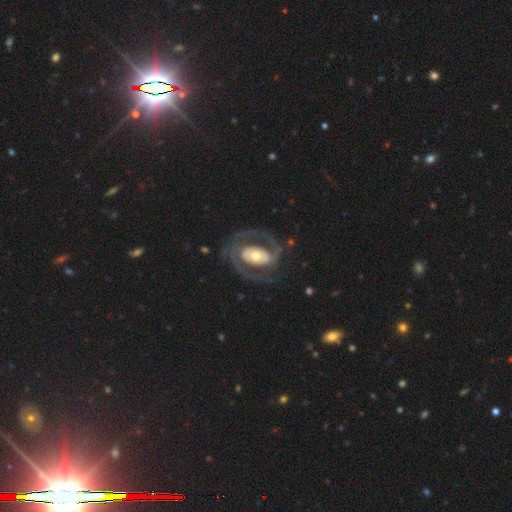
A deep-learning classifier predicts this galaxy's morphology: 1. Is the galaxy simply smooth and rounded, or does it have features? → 86% featured or disk, 10% smooth, 4% star or artifact.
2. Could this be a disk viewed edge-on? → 97% no, 3% yes.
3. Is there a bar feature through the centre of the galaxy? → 49% no, 26% weak, 25% strong.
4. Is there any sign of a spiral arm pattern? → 88% yes, 12% no.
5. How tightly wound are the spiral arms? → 47% medium, 36% tight, 17% loose.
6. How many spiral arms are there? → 85% 2, 6% can't tell, 4% 1, 3% 3, 1% 4, 1% more than 4.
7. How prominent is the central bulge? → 57% moderate, 24% small, 16% large, 2% dominant, 1% none.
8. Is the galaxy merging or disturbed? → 73% none, 13% major disturbance, 13% minor disturbance, 1% merger.